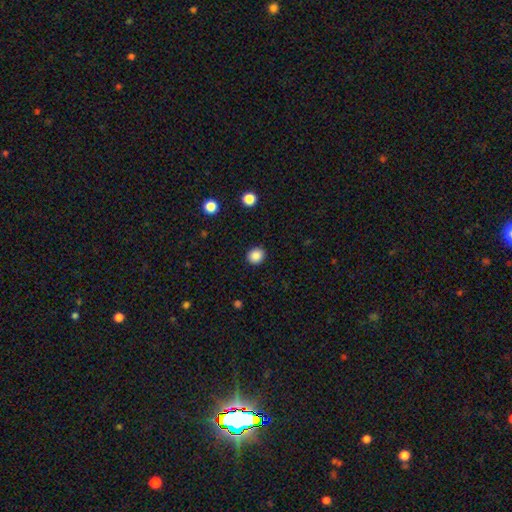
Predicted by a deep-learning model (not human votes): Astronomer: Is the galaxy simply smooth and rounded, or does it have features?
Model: smooth — 87%.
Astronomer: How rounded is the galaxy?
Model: round — 80%.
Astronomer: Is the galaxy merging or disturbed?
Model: none — 91%.